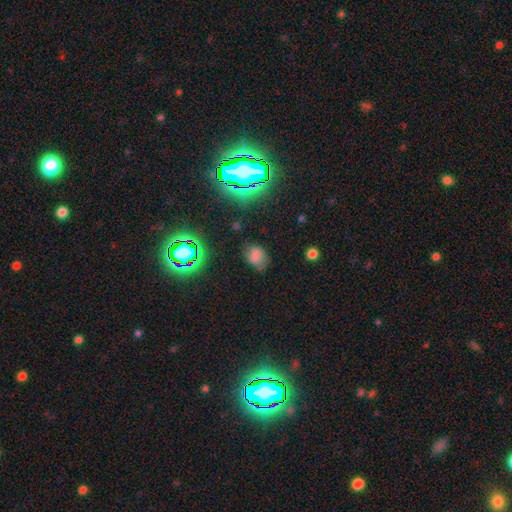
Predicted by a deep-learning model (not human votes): smooth-or-featured: smooth: 63% | star or artifact: 21% | featured or disk: 16%
  how-rounded: in between: 72% | round: 27% | cigar-shaped: 1%
  merging: none: 65% | minor disturbance: 24% | major disturbance: 9% | merger: 2%